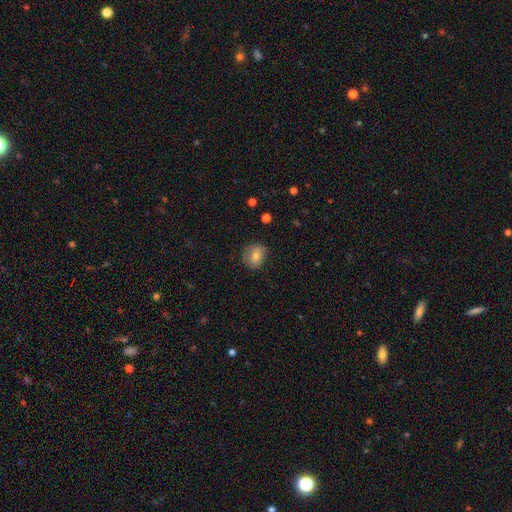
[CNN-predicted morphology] The model was most divided on "how rounded": round: 74%, in between: 25%, cigar-shaped: 1%. More confident: merging — none (79%); smooth or featured — smooth (71%).